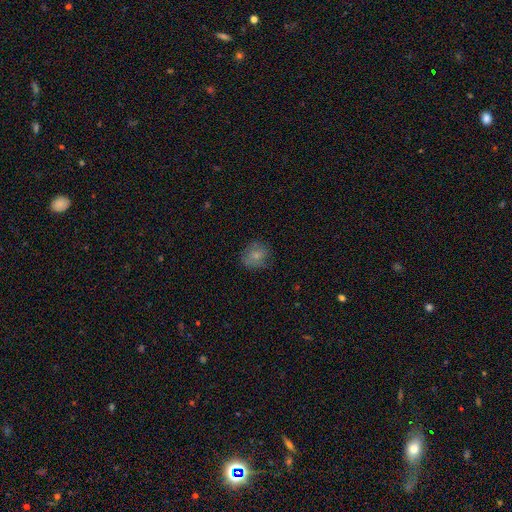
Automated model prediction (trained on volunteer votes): smooth-or-featured: smooth: 76% | featured or disk: 15% | star or artifact: 9%
  how-rounded: round: 69% | in between: 30% | cigar-shaped: 1%
  merging: none: 71% | minor disturbance: 21% | major disturbance: 7% | merger: 1%